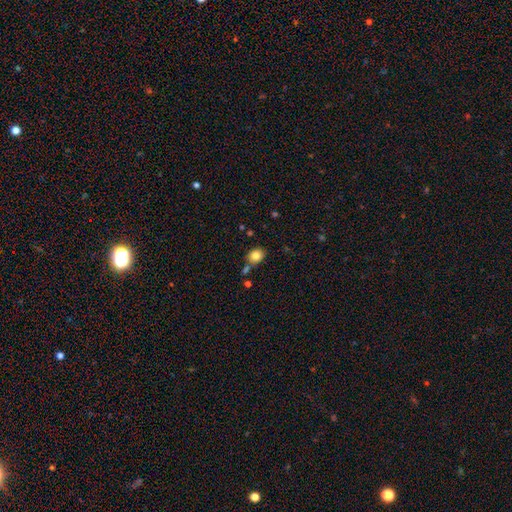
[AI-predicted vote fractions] A smooth galaxy with no disk features (84%) that is round (54%).

Vote fractions:
- Smooth or featured? smooth: 84% / star or artifact: 10% / featured or disk: 6%
- How rounded? round: 54% / in between: 45% / cigar-shaped: 1%
- Merging? none: 69% / minor disturbance: 14% / merger: 13% / major disturbance: 4%